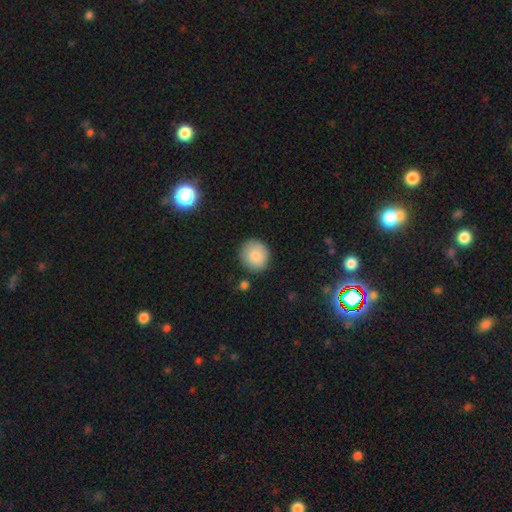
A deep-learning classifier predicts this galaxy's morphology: This appears to be a smooth galaxy with no disk features (85%) that is round (88%). Merging: none (83%).